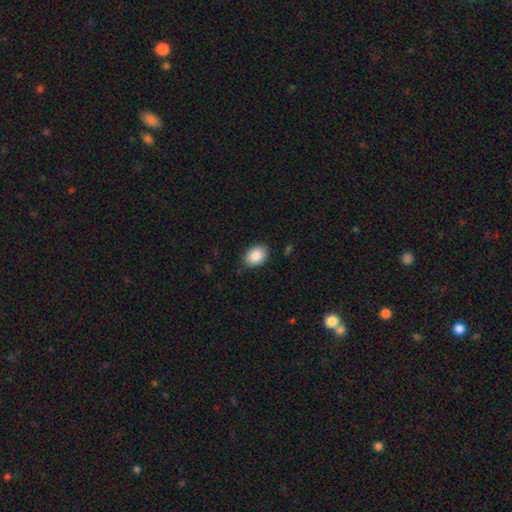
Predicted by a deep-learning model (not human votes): The model was most divided on "how rounded": in between: 70%, round: 29%, cigar-shaped: 1%. More confident: smooth or featured — smooth (88%); merging — none (84%).